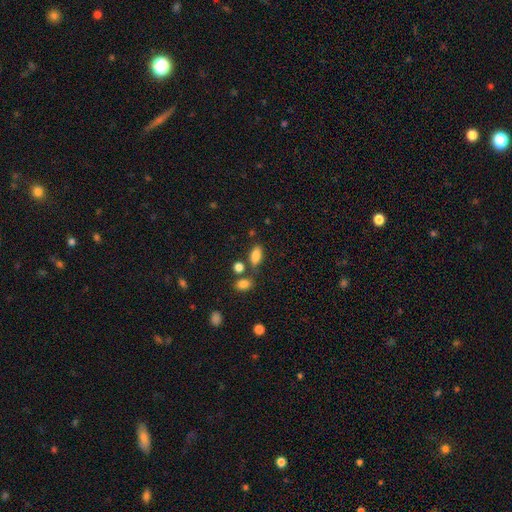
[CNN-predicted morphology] smooth-or-featured: smooth: 82% | star or artifact: 9% | featured or disk: 8%
  how-rounded: in between: 85% | cigar-shaped: 9% | round: 6%
  merging: none: 69% | minor disturbance: 14% | merger: 13% | major disturbance: 5%